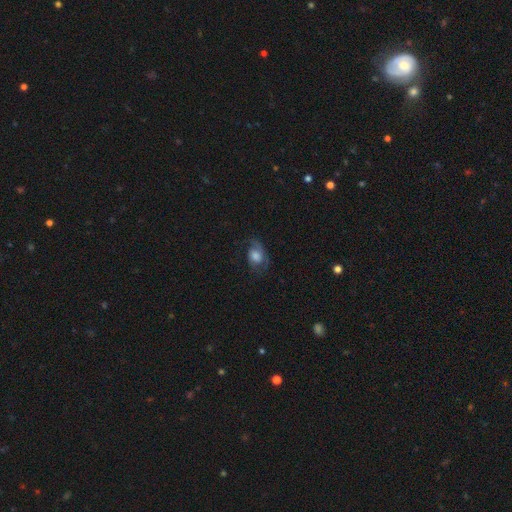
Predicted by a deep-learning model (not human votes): This is possibly a featured or disk galaxy (48%). Merging: possibly none (53%).